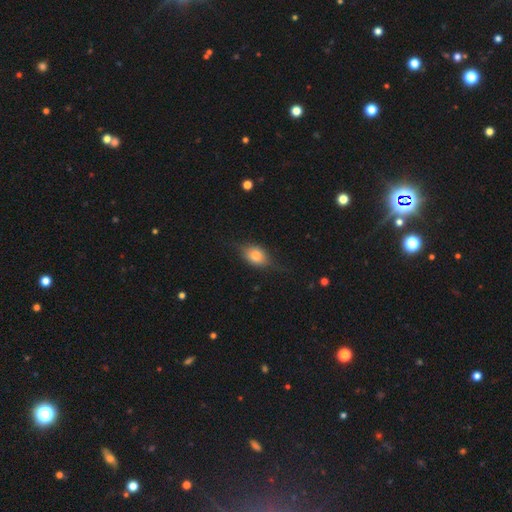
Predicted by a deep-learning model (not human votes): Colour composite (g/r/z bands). It shows a smooth galaxy with no disk features (67%) that is in between round and cigar-shaped (65%). Merging: none (65%).